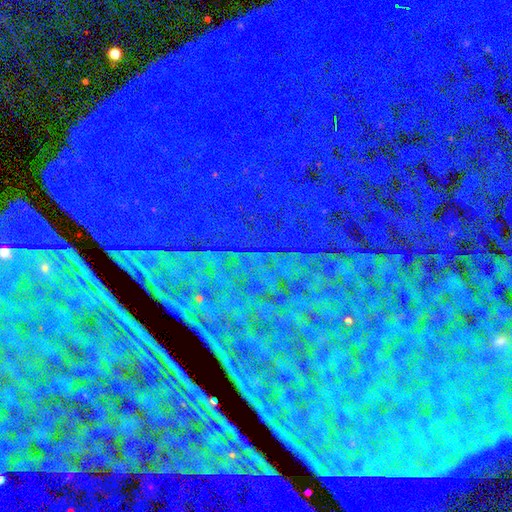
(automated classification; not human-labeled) Smooth or featured: star or artifact — 84% (smooth — 8%)